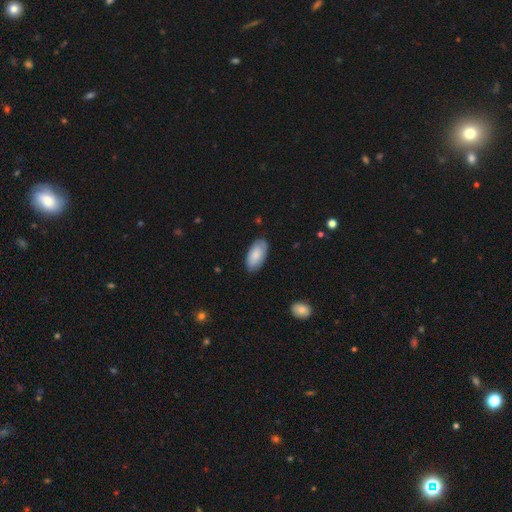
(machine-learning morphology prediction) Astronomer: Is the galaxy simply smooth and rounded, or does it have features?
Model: smooth — 79%.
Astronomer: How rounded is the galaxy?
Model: in between — 94%.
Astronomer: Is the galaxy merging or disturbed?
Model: none — 81%.